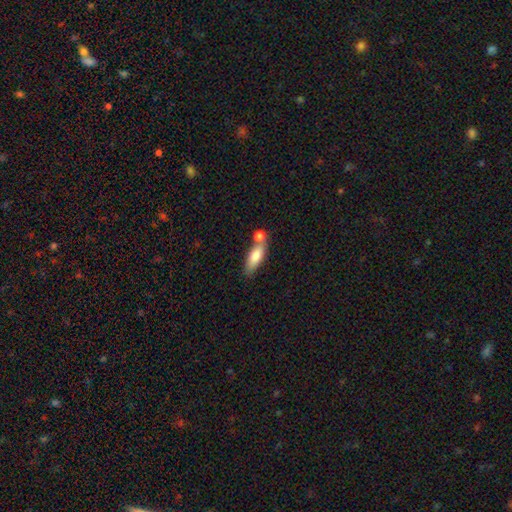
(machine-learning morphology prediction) smooth-or-featured: smooth: 75% | featured or disk: 19% | star or artifact: 6%
  how-rounded: in between: 62% | cigar-shaped: 35% | round: 3%
  merging: merger: 46% | none: 39% | minor disturbance: 11% | major disturbance: 4%